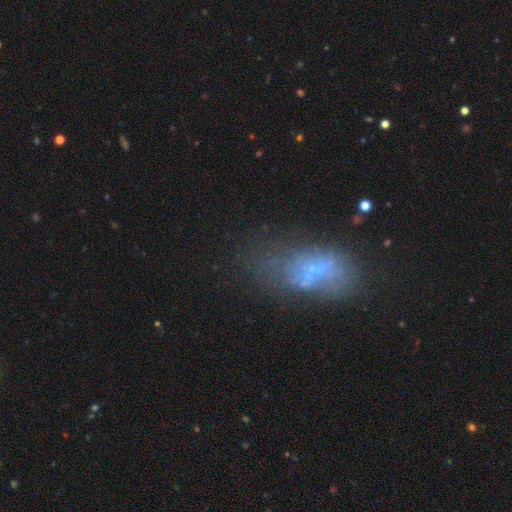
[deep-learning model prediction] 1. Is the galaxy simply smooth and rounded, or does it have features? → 44% smooth, 36% featured or disk, 20% star or artifact.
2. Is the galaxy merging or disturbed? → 40% none, 26% major disturbance, 26% minor disturbance, 9% merger.